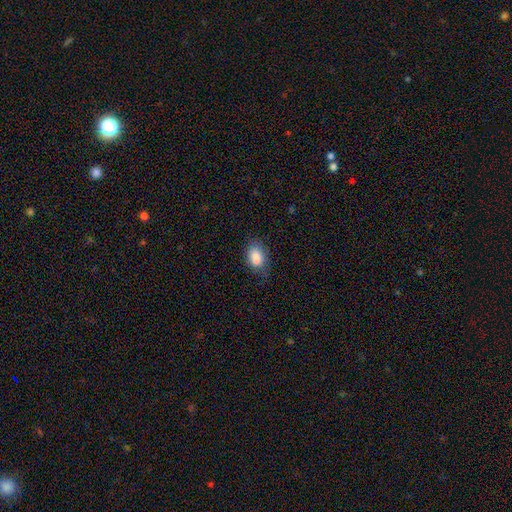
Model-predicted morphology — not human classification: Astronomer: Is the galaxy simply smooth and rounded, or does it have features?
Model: smooth — 86%.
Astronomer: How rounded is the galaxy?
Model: in between — 88%.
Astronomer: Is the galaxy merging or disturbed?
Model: none — 68%.